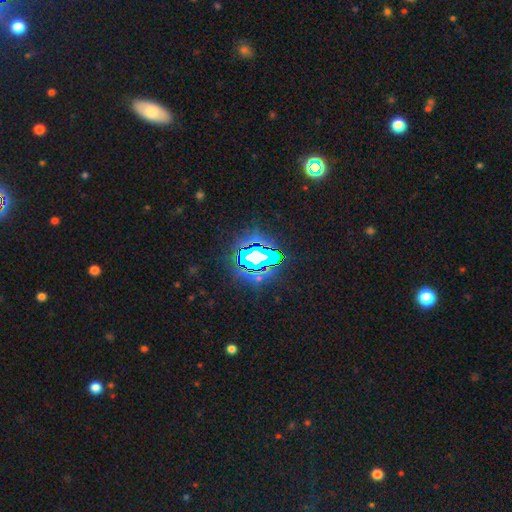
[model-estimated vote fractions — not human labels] This appears to be a star or artifact, not a galaxy (72%).